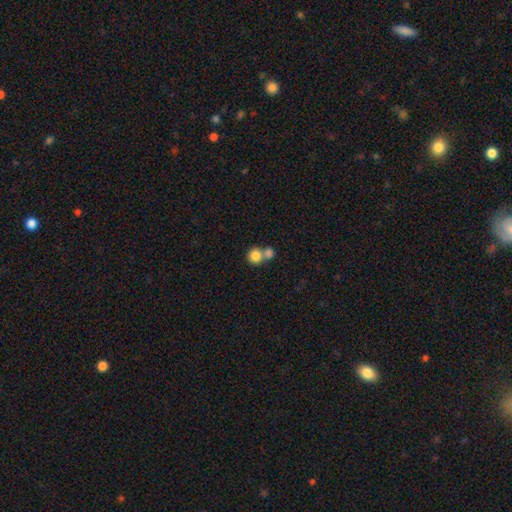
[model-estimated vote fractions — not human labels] Smooth or featured?
  - smooth: 83% *
  - star or artifact: 9%
  - featured or disk: 8%
How rounded?
  - round: 90% *
  - in between: 9%
  - cigar-shaped: 1%
Merging?
  - merger: 49% *
  - none: 43%
  - minor disturbance: 6%
  - major disturbance: 3%